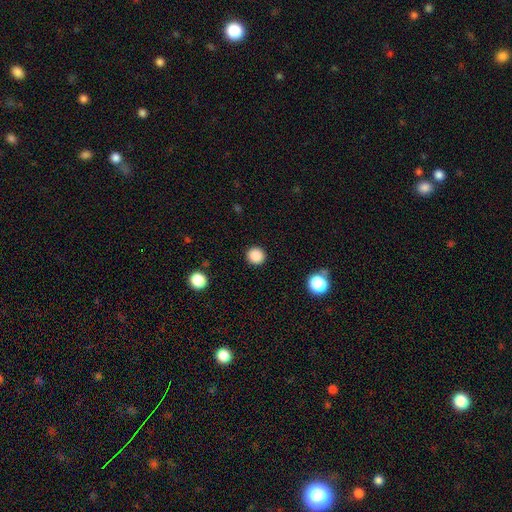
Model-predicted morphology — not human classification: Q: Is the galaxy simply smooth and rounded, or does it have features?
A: smooth — 87%.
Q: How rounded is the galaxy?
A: round — 94%.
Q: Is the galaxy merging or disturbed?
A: none — 92%.